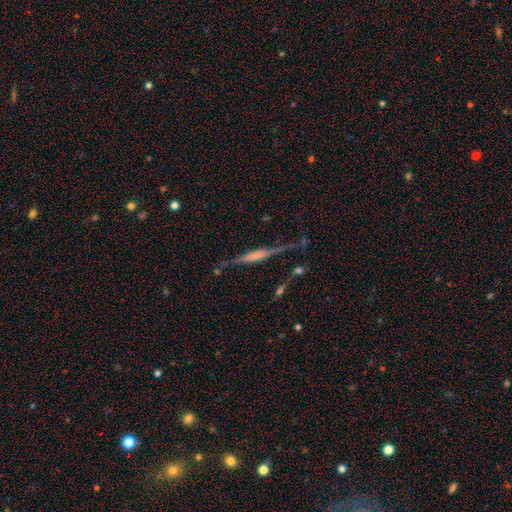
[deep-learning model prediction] Smooth or featured? Predicted: featured or disk (p=0.72). Edge-on disk? Predicted: yes (p=0.96). Edge-on bulge? Predicted: boxy (p=0.42). Merging? Predicted: none (p=0.75).